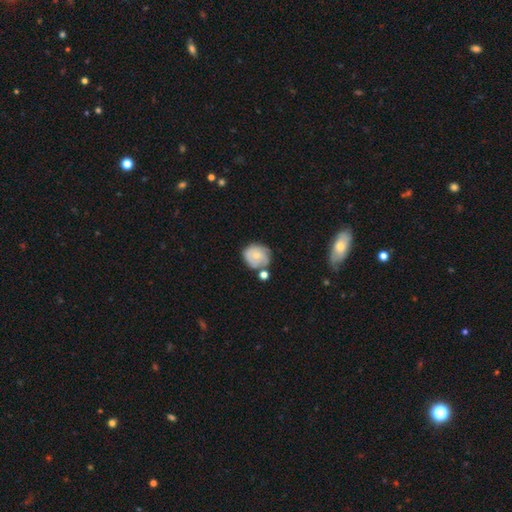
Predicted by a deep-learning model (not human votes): smooth 52%, featured or disk 40%, star or artifact 8%. Down the decision tree: how rounded — round (76%); merging — none (53%).